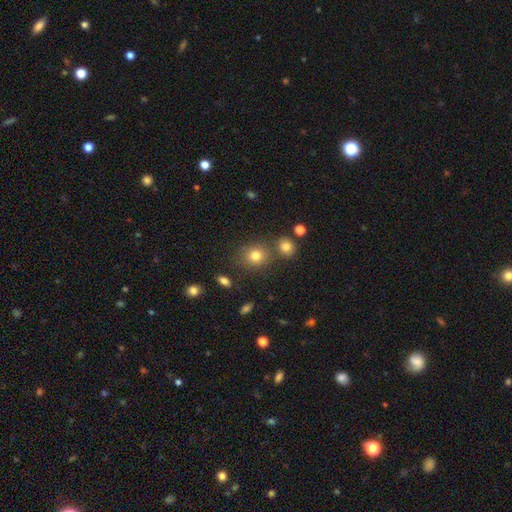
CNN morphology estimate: smooth-or-featured: smooth: 78% | star or artifact: 13% | featured or disk: 8%
  how-rounded: round: 81% | in between: 18% | cigar-shaped: 1%
  merging: none: 76% | merger: 10% | minor disturbance: 10% | major disturbance: 4%